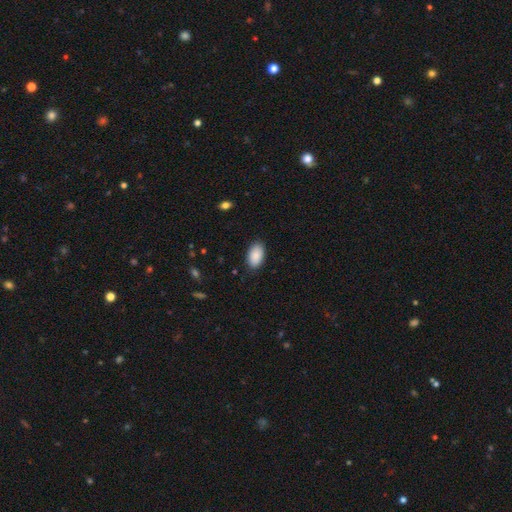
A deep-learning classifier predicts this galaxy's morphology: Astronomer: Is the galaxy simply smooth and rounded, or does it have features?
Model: smooth — 89%.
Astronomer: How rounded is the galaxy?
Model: in between — 94%.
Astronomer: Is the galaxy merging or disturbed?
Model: none — 86%.